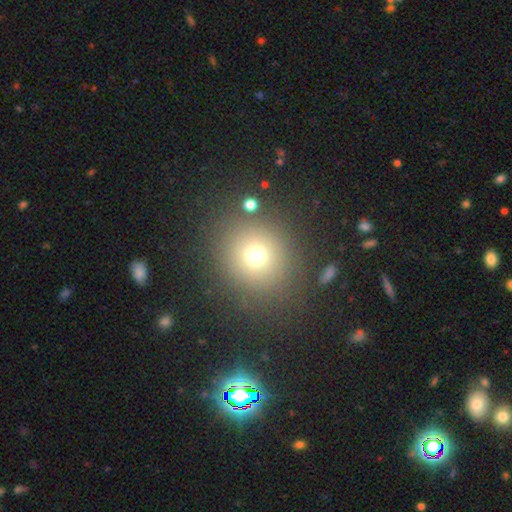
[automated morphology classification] smooth-or-featured: smooth: 70% | star or artifact: 20% | featured or disk: 10%
  how-rounded: round: 88% | in between: 11% | cigar-shaped: 1%
  merging: none: 83% | minor disturbance: 8% | major disturbance: 5% | merger: 4%